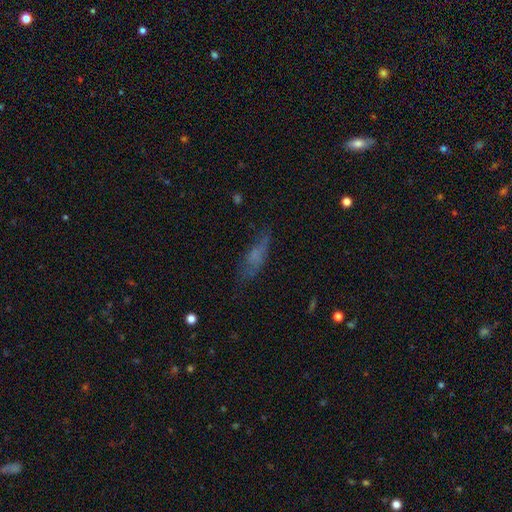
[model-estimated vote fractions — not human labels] Smooth or featured?
  - smooth: 54% *
  - featured or disk: 31%
  - star or artifact: 15%
How rounded?
  - cigar-shaped: 51% *
  - in between: 46%
  - round: 3%
Merging?
  - none: 57% *
  - minor disturbance: 25%
  - major disturbance: 15%
  - merger: 3%